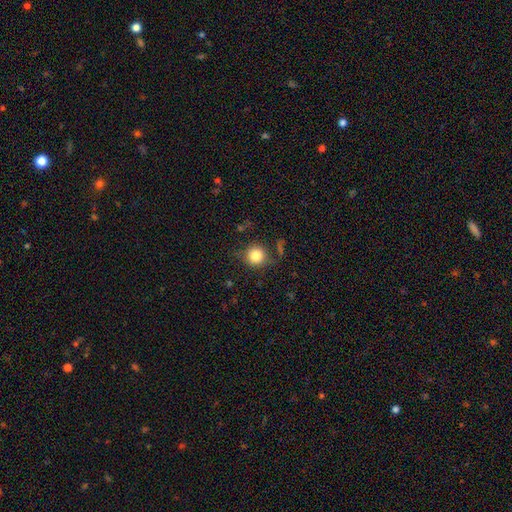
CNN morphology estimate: The model was most divided on "merging": none: 79%, minor disturbance: 13%, major disturbance: 5%, merger: 3%. More confident: how rounded — round (92%); smooth or featured — smooth (82%).